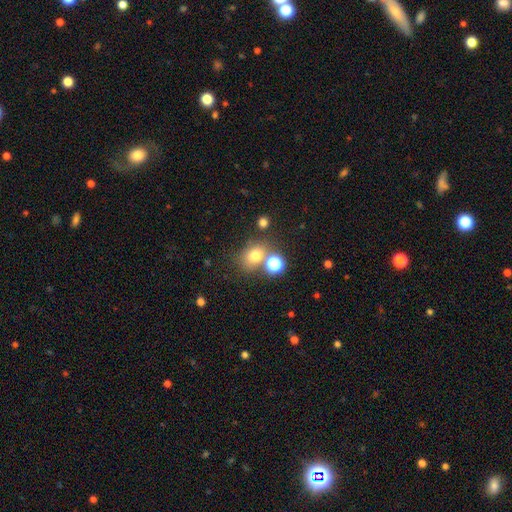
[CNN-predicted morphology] smooth_or_featured: smooth (p=0.71) [alt: star or artifact p=0.18]
how_rounded: round (p=0.56) [alt: in between p=0.43]
merging: none (p=0.61) [alt: merger p=0.22]